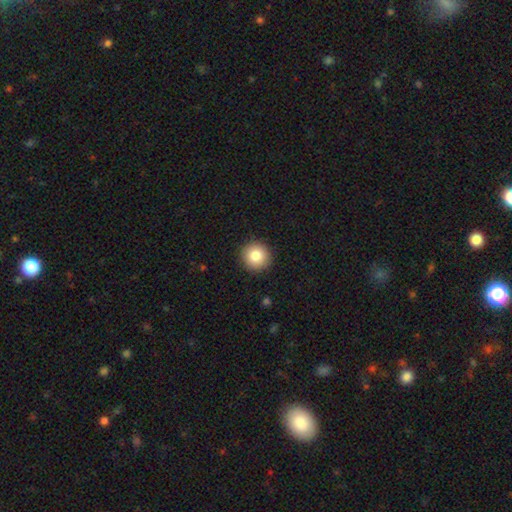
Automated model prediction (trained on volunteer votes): Morphology: type=smooth (83%); roundness=round (94%); merging=none (92%).